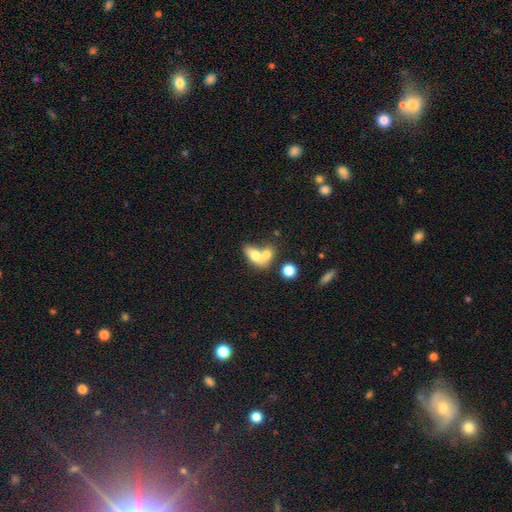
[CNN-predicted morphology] This is likely a smooth galaxy (71%). How rounded: clearly in between (81%). Merging: likely merger (63%).